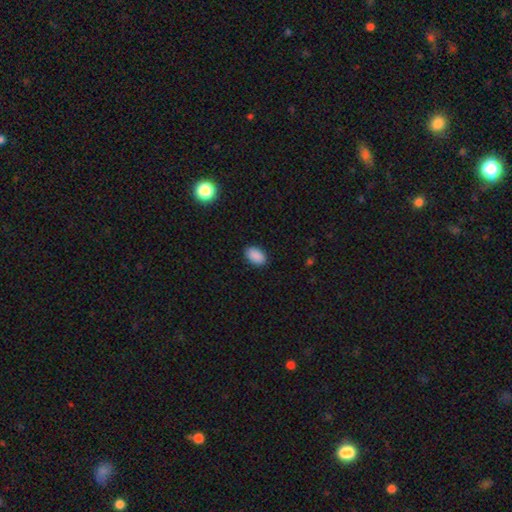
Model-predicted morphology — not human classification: This is clearly a smooth galaxy (89%). How rounded: clearly in between (91%). Merging: clearly none (88%).